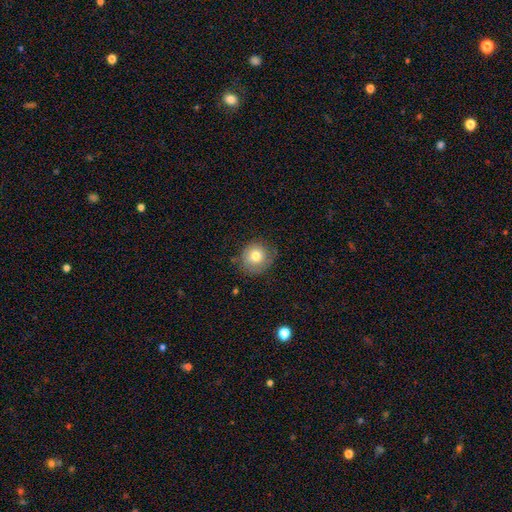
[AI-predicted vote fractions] This is likely a smooth galaxy (71%). How rounded: clearly round (91%). Merging: likely none (73%).